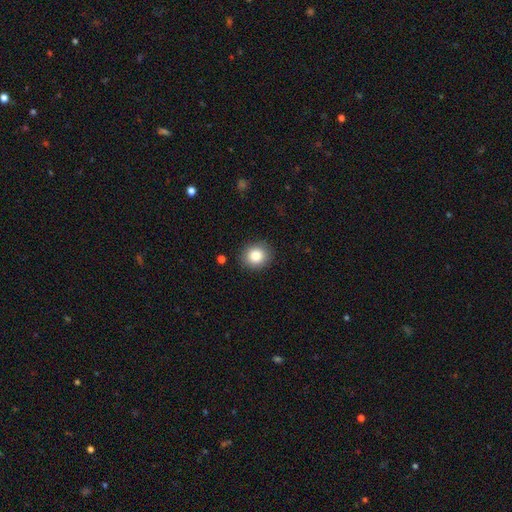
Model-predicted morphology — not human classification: smooth-or-featured: smooth: 84% | star or artifact: 10% | featured or disk: 6%
  how-rounded: round: 79% | in between: 20% | cigar-shaped: 1%
  merging: none: 89% | minor disturbance: 8% | major disturbance: 2% | merger: 1%